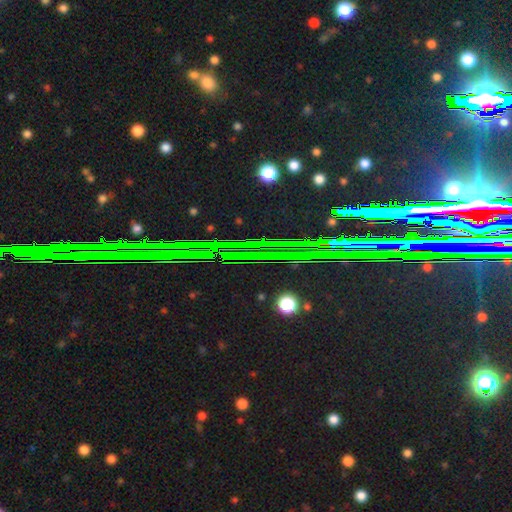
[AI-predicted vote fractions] A star or artifact, not a galaxy (83%).